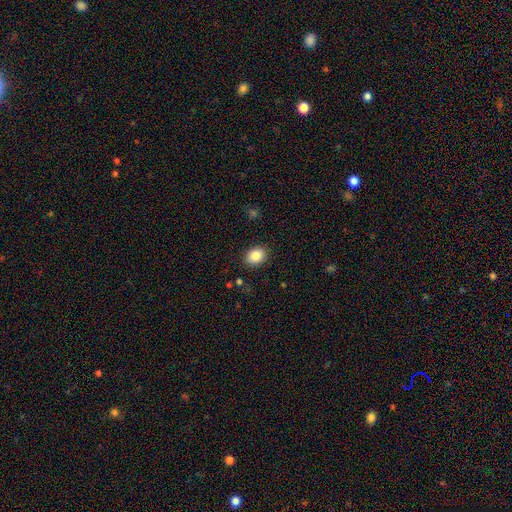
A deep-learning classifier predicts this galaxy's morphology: type=smooth (86%); roundness=in between (63%); merging=none (88%).